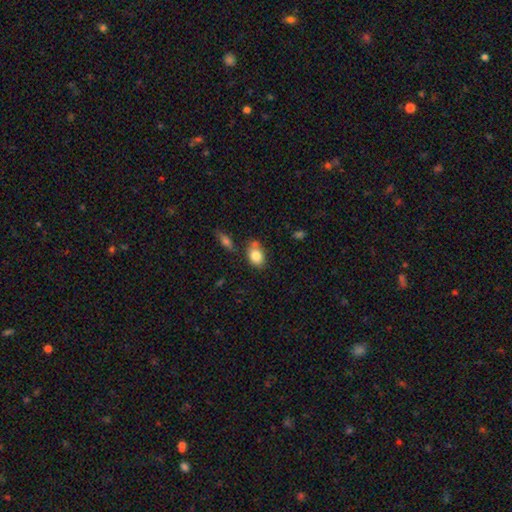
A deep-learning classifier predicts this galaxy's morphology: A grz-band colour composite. It shows a smooth galaxy with no disk features (82%) that is in between round and cigar-shaped (75%). Merging: none (60%).